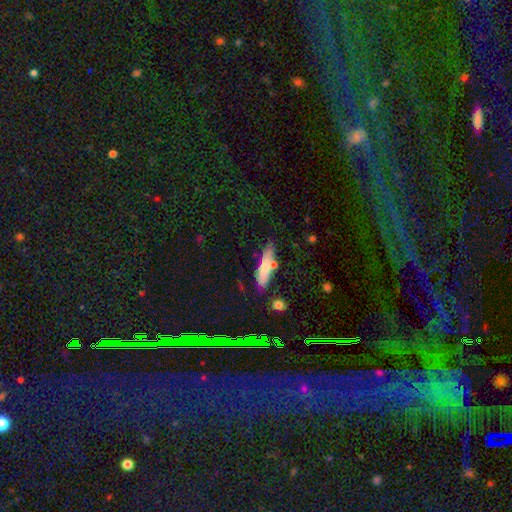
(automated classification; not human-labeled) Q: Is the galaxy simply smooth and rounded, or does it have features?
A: smooth — 69%.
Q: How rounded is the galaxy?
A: cigar-shaped — 66%.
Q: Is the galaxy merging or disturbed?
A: none — 67%.